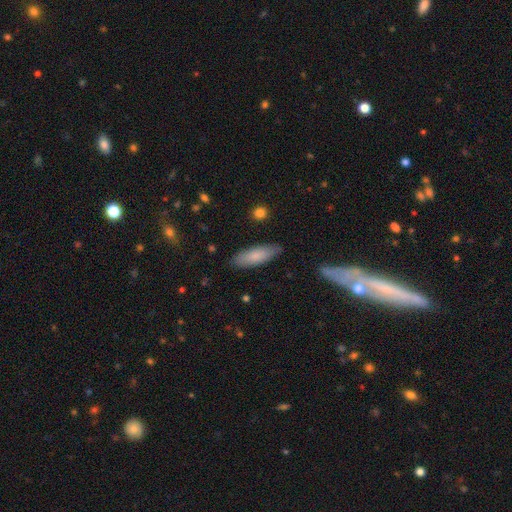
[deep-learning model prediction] The model was most divided on "how rounded": in between: 52%, cigar-shaped: 46%, round: 2%. More confident: merging — none (85%); smooth or featured — smooth (80%).